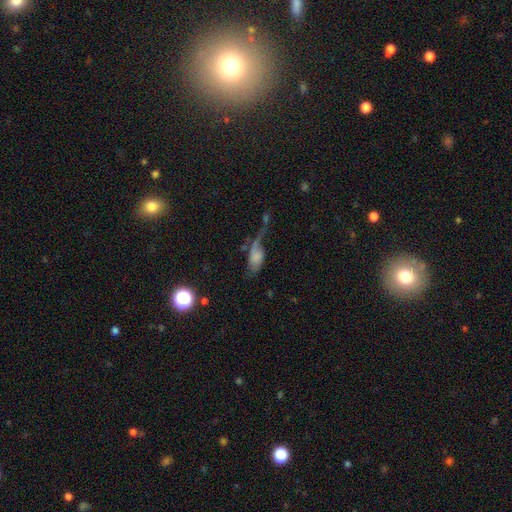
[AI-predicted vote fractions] Smooth or featured? Predicted: smooth (p=0.50). How rounded? Predicted: in between (p=0.86). Merging? Predicted: major disturbance (p=0.47).